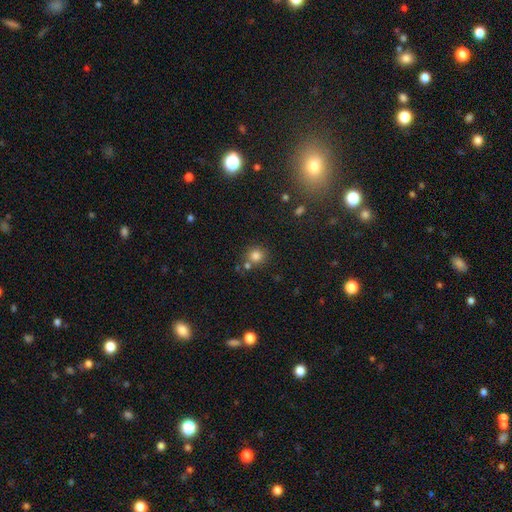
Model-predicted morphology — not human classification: Smooth or featured: smooth — 80% (star or artifact — 13%)
How rounded: round — 89% (in between — 10%)
Merging: none — 69% (merger — 17%)